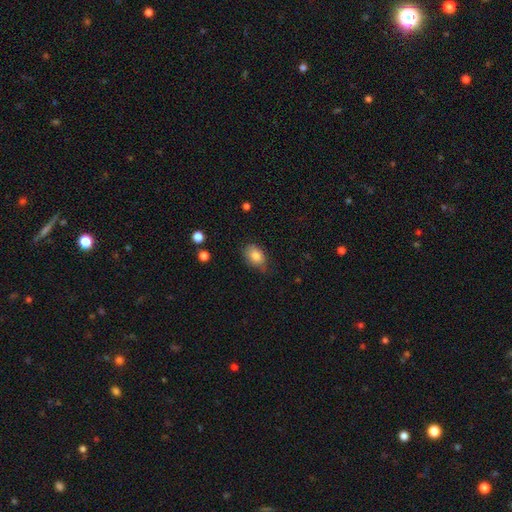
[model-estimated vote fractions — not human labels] Smooth or featured: smooth — 83% (featured or disk — 9%)
How rounded: in between — 80% (round — 19%)
Merging: none — 61% (minor disturbance — 31%)